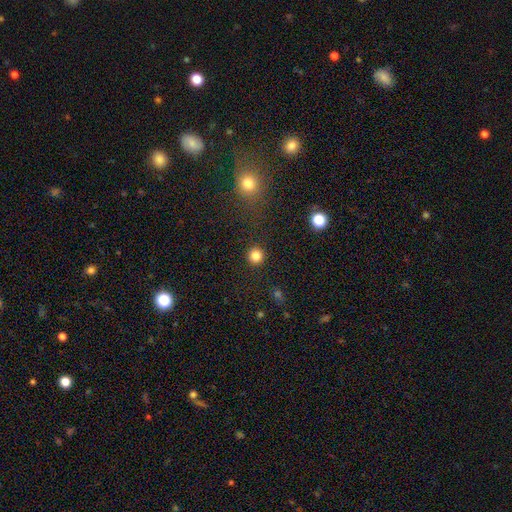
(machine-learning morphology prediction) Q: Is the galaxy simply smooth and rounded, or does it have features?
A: smooth — 83%.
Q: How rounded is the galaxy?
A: round — 95%.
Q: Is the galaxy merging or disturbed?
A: none — 92%.